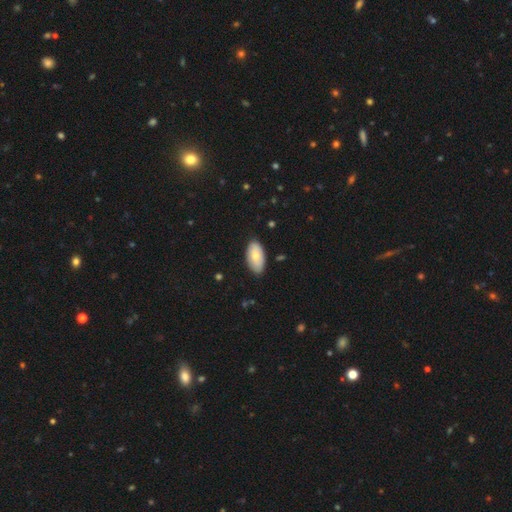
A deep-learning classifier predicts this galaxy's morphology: A smooth galaxy with no disk features (73%) that is in between round and cigar-shaped (95%).

Vote fractions:
- Smooth or featured? smooth: 73% / featured or disk: 21% / star or artifact: 6%
- How rounded? in between: 95% / round: 3% / cigar-shaped: 2%
- Merging? none: 83% / minor disturbance: 13% / major disturbance: 2% / merger: 1%